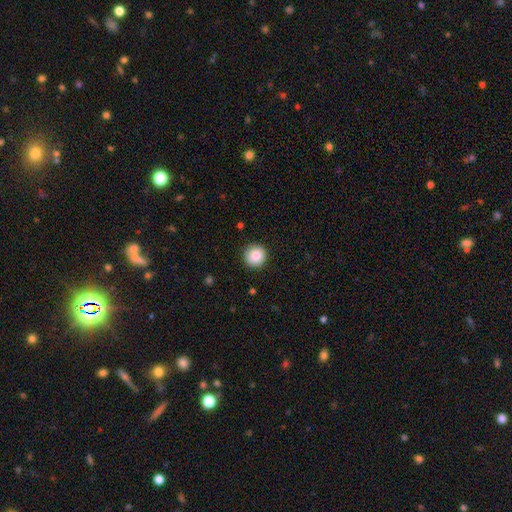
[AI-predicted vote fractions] smooth-or-featured: smooth: 87% | star or artifact: 9% | featured or disk: 5%
  how-rounded: round: 95% | in between: 4% | cigar-shaped: 1%
  merging: none: 90% | minor disturbance: 7% | major disturbance: 2% | merger: 1%